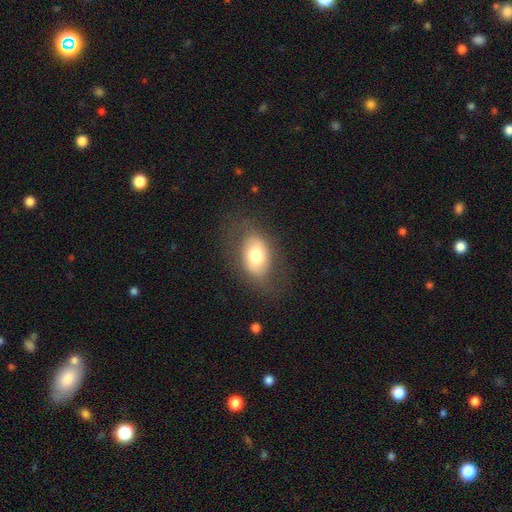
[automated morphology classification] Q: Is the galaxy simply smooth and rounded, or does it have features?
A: smooth — 66%.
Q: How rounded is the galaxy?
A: in between — 84%.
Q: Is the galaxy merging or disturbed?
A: none — 73%.